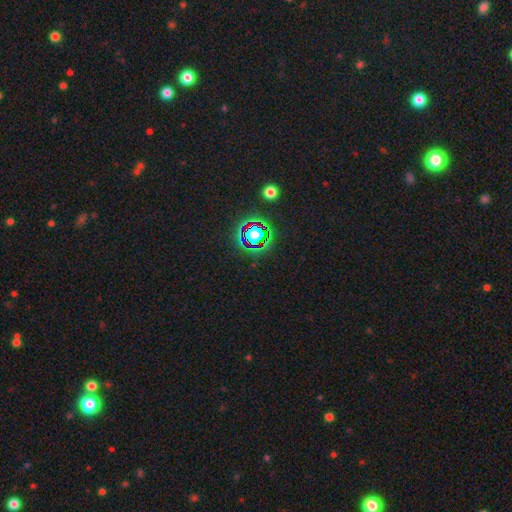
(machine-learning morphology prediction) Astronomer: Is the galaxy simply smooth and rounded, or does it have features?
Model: star or artifact — 75%.